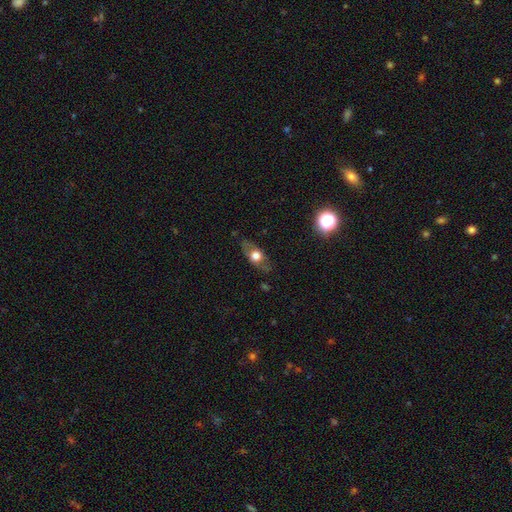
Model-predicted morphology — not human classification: Smooth or featured?
  - smooth: 48% *
  - featured or disk: 44%
  - star or artifact: 8%
Merging?
  - none: 78% *
  - minor disturbance: 16%
  - major disturbance: 5%
  - merger: 1%